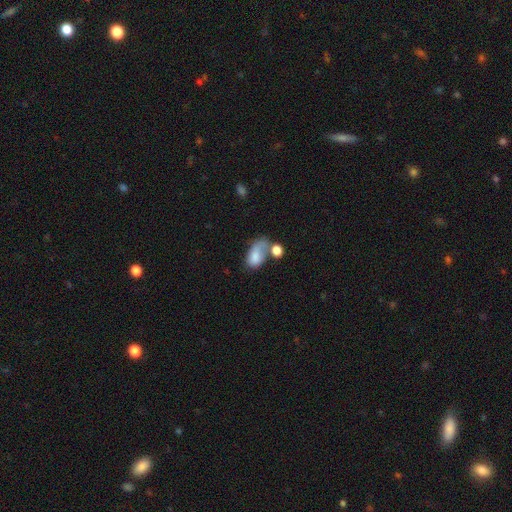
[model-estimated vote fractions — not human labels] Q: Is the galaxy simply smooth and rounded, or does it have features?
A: smooth — 74%.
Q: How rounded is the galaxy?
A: in between — 89%.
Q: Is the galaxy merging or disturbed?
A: merger — 35%.